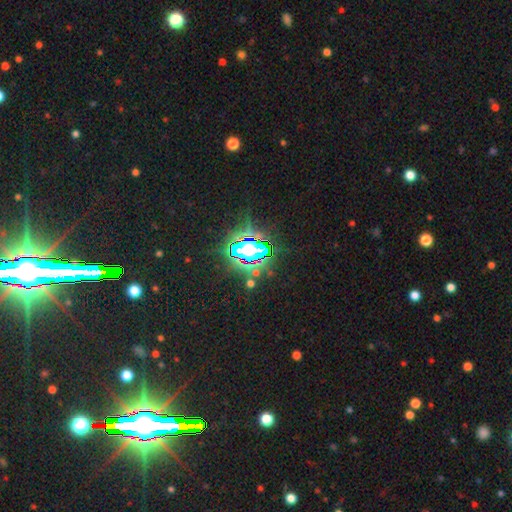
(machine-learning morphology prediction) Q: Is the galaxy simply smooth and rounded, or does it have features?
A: star or artifact — 75%.